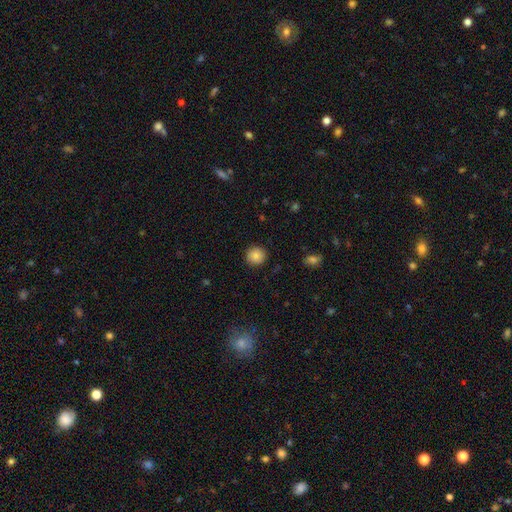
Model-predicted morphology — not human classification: A smooth galaxy with no disk features (85%) that is round (93%). Merging: none (90%).